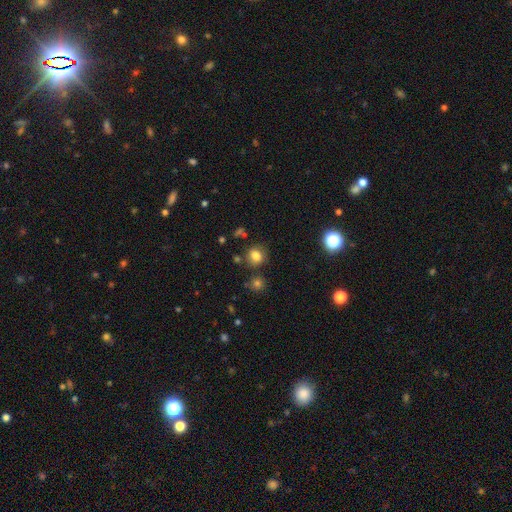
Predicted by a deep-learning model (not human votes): This appears to be a smooth galaxy with no disk features (79%) that is round (71%). Merging: none (78%).